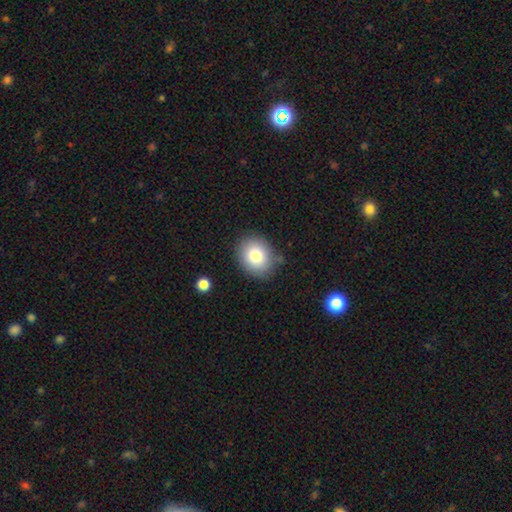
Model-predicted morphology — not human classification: smooth 80%, featured or disk 11%, star or artifact 9%. Down the decision tree: how rounded — round (62%); merging — none (80%).